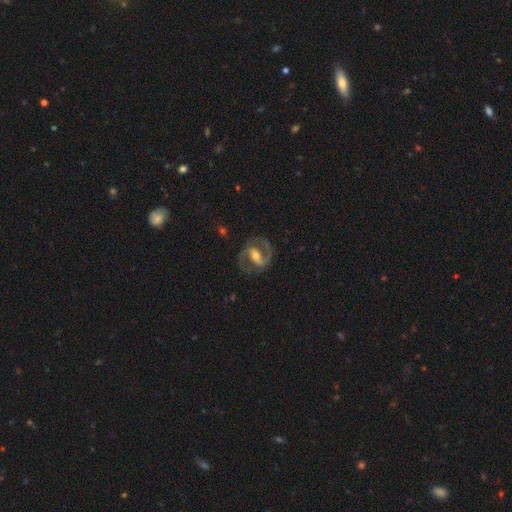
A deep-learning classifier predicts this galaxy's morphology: A featured or disk galaxy (89%) with a strong bar (50%), 2 (92%) medium (61%) spiral arms (96%) and a moderate central bulge (58%).

Vote fractions:
- Smooth or featured? featured or disk: 89% / smooth: 6% / star or artifact: 5%
- Edge-on disk? no: 97% / yes: 3%
- Bar? strong: 50% / weak: 34% / no: 16%
- Spiral arms? yes: 96% / no: 4%
- Spiral winding? medium: 61% / tight: 22% / loose: 17%
- Spiral arm count? 2: 92% / can't tell: 2% / 1: 2% / 3: 1% / 4: 1% / more than 4: 1%
- Bulge size? moderate: 58% / small: 34% / large: 5% / none: 2% / dominant: 1%
- Merging? none: 80% / minor disturbance: 12% / major disturbance: 7% / merger: 1%